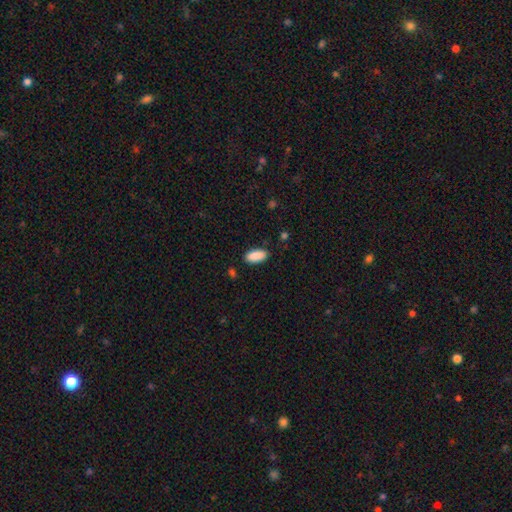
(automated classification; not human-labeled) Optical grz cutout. It shows a smooth galaxy with no disk features (90%) that is in between round and cigar-shaped (89%). Merging: none (86%).